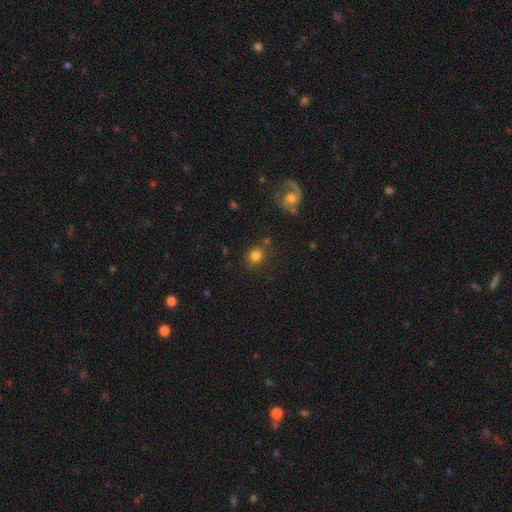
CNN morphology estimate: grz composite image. It shows a smooth galaxy with no disk features (81%) that is round (82%). Merging: none (78%).